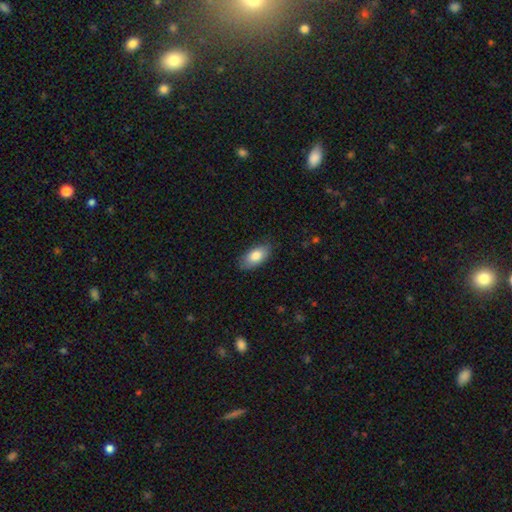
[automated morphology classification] Smooth or featured: smooth — 82% (featured or disk — 12%)
How rounded: in between — 92% (cigar-shaped — 5%)
Merging: none — 81% (minor disturbance — 15%)